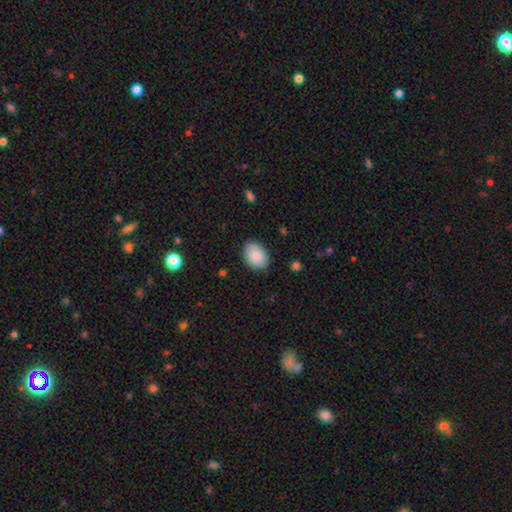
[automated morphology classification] This appears to be a smooth galaxy with no disk features (87%) that is in between round and cigar-shaped (76%). Merging: none (82%).